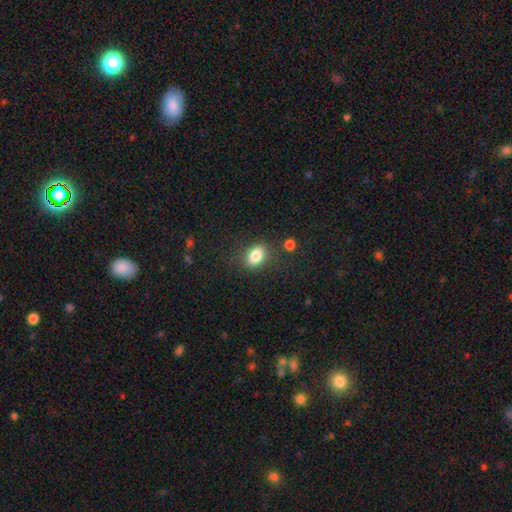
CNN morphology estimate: smooth 83%, star or artifact 10%, featured or disk 7%. Down the decision tree: how rounded — in between (78%); merging — none (80%).